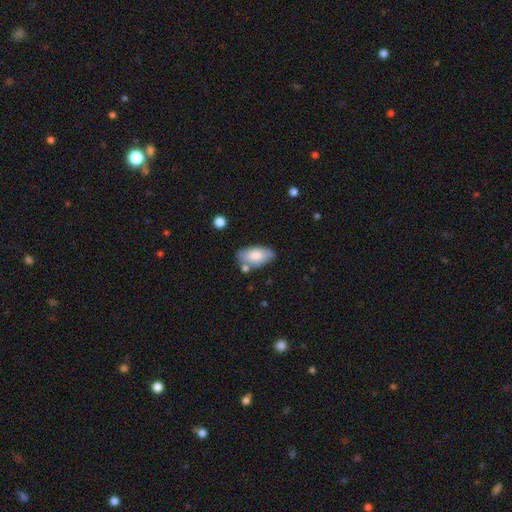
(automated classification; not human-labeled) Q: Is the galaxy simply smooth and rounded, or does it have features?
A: smooth — 76%.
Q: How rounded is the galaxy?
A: in between — 93%.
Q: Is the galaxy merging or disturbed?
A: none — 66%.